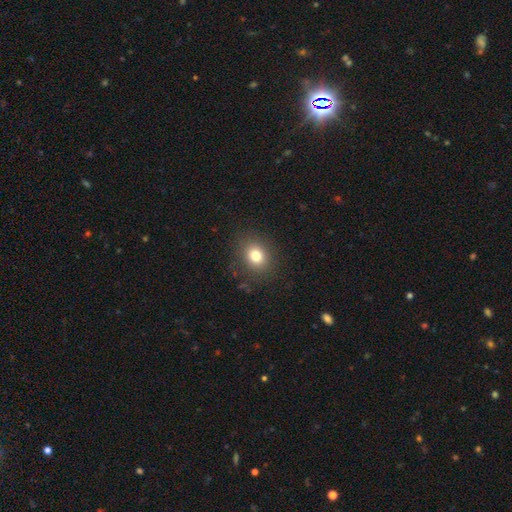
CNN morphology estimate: The model was most divided on "how rounded": round: 61%, in between: 38%, cigar-shaped: 1%. More confident: merging — none (86%); smooth or featured — smooth (79%).